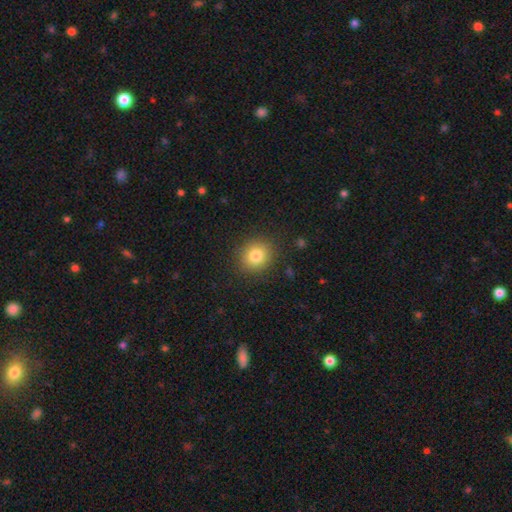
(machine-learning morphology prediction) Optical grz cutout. It shows a smooth galaxy with no disk features (81%) that is round (85%). Merging: none (88%).